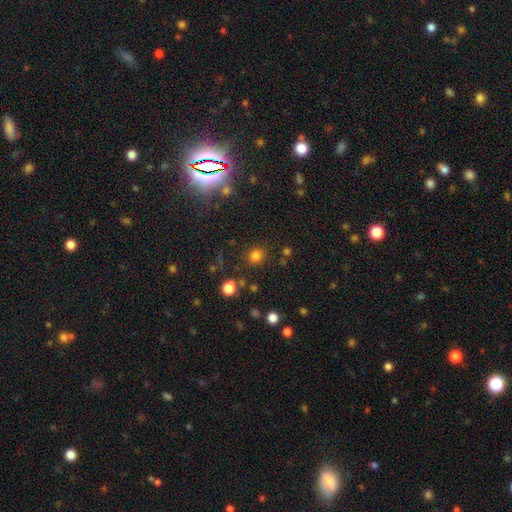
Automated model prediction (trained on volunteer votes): Morphology: type=smooth (79%); roundness=round (84%); merging=none (84%).